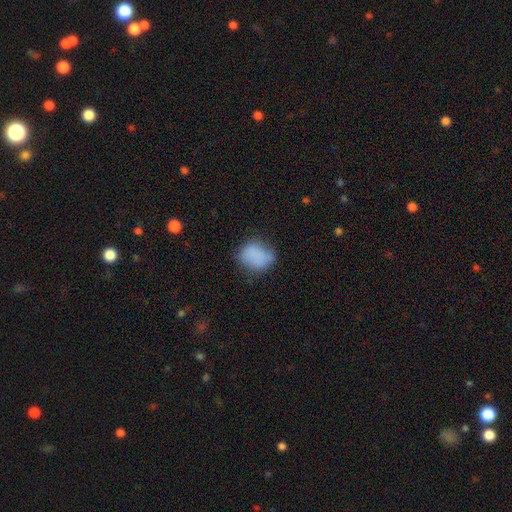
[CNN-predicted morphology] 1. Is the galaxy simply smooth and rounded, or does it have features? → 80% smooth, 10% featured or disk, 10% star or artifact.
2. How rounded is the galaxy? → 59% in between, 39% round, 1% cigar-shaped.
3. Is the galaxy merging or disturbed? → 56% none, 30% minor disturbance, 11% major disturbance, 3% merger.